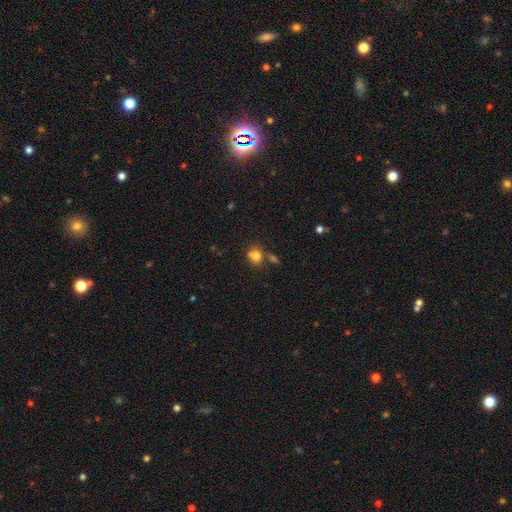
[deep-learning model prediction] A smooth galaxy with no disk features (76%) that is round (66%). Merging: none (52%).